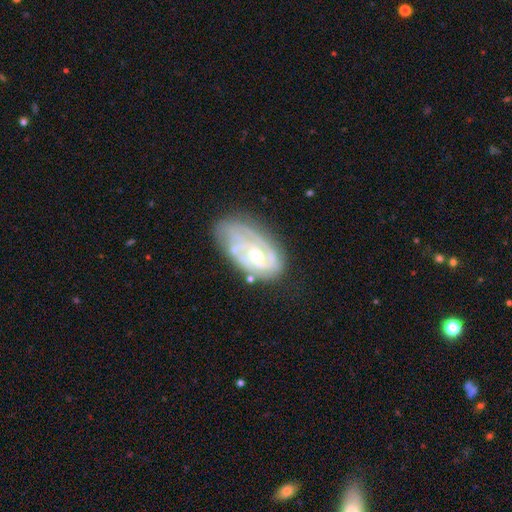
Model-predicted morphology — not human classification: Smooth or featured? featured or disk (82%)
Edge-on disk? no (96%)
Bar? no (64%)
Spiral arms? yes (93%)
Spiral winding? tight (64%)
Spiral arm count? 2 (31%, tied with can't tell)
Bulge size? moderate (49%)
Merging? none (60%)